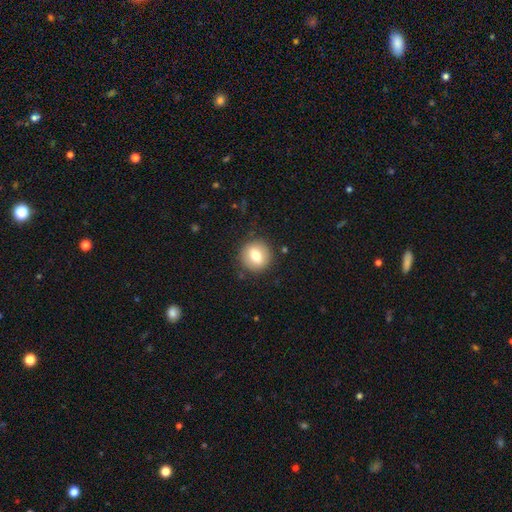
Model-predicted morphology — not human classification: Smooth or featured: smooth — 72% (featured or disk — 19%)
How rounded: round — 87% (in between — 12%)
Merging: none — 88% (minor disturbance — 8%)